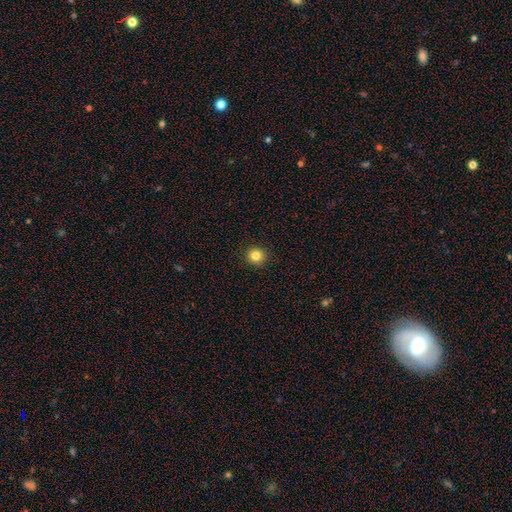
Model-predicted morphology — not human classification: This is clearly a smooth galaxy (83%). How rounded: clearly round (92%). Merging: clearly none (92%).